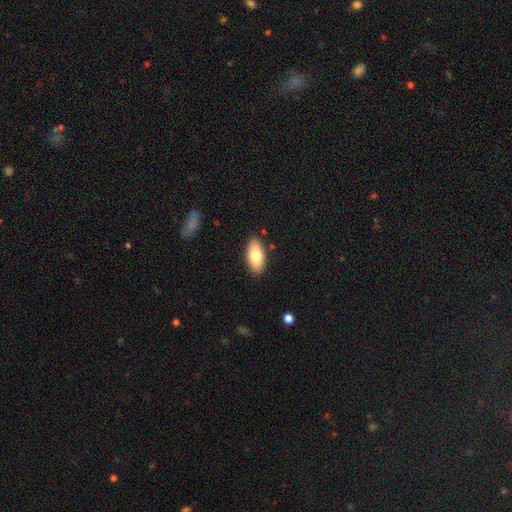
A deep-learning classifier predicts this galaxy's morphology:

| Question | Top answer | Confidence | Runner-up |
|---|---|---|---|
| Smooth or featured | smooth | 78% | featured or disk (15%) |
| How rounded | in between | 91% | cigar-shaped (6%) |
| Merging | none | 88% | minor disturbance (9%) |